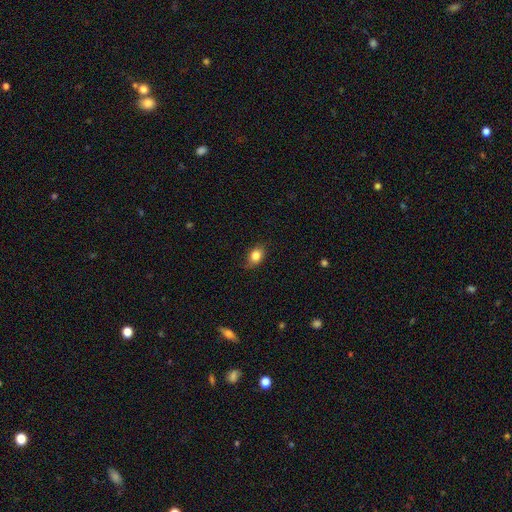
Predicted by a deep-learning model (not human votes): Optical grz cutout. It shows a smooth galaxy with no disk features (82%) that is in between round and cigar-shaped (69%). Merging: none (77%).